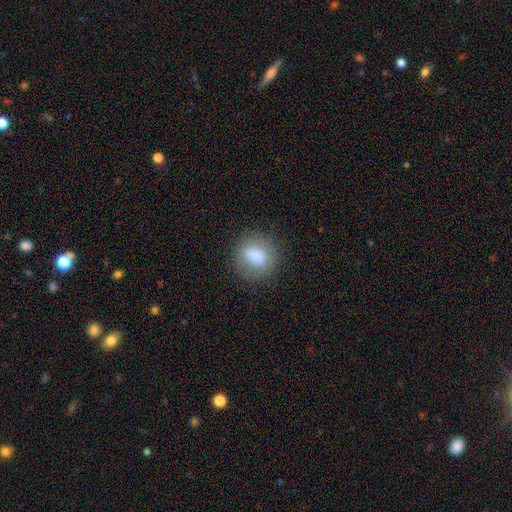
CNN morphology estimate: smooth-or-featured: smooth: 78% | featured or disk: 12% | star or artifact: 10%
  how-rounded: round: 66% | in between: 33% | cigar-shaped: 2%
  merging: none: 76% | minor disturbance: 15% | major disturbance: 7% | merger: 2%